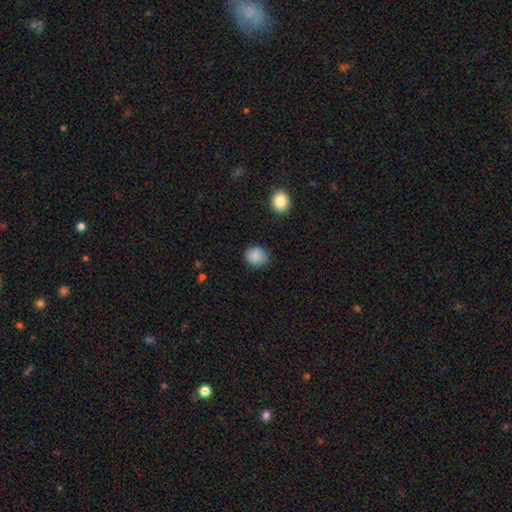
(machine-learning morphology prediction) This appears to be a smooth galaxy with no disk features (88%) that is round (79%). Merging: none (82%).